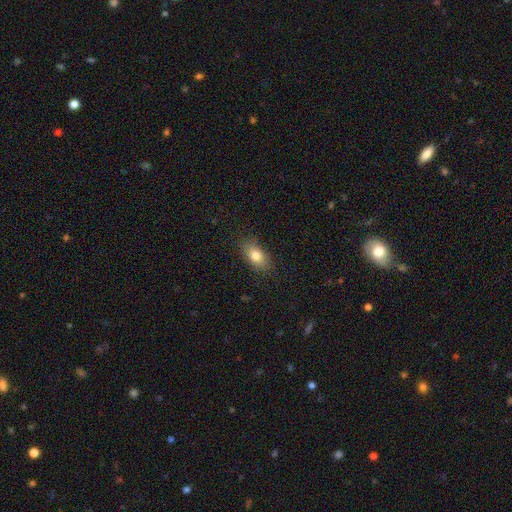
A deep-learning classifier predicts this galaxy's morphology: Q: Smooth or featured?
A: smooth (81%); runner-up: featured or disk (11%)
Q: How rounded?
A: in between (87%); runner-up: round (8%)
Q: Merging?
A: none (85%); runner-up: minor disturbance (11%)